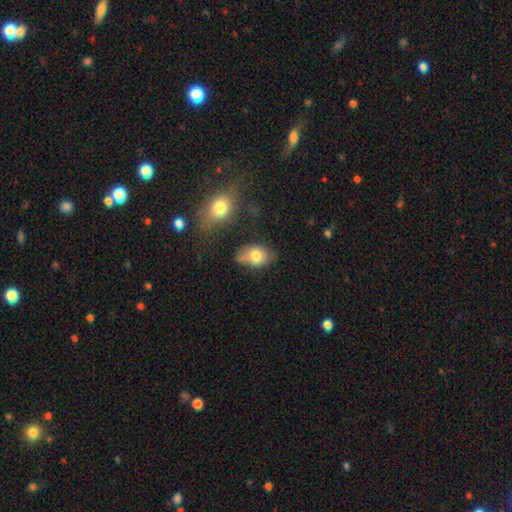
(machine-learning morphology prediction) smooth 77%, featured or disk 15%, star or artifact 8%. Down the decision tree: how rounded — in between (80%); merging — none (52%).